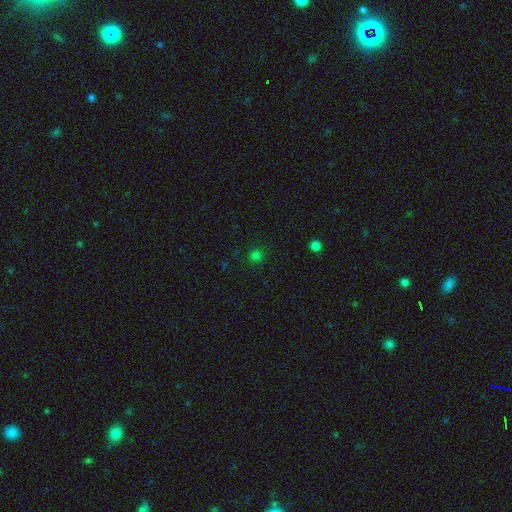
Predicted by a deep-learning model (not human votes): This appears to be a smooth galaxy with no disk features (76%) that is round (93%). Merging: none (90%).